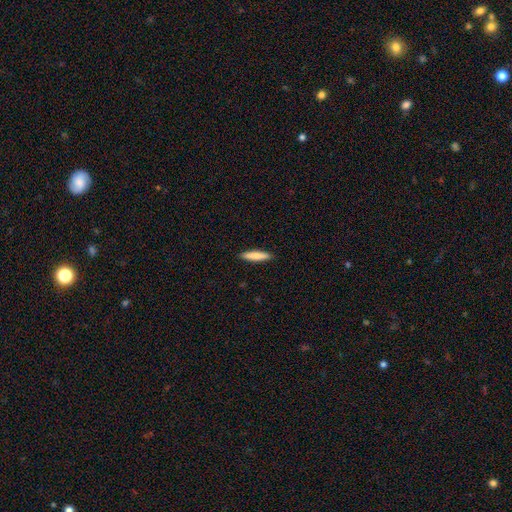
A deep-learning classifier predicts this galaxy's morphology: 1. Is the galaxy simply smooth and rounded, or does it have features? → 80% smooth, 14% featured or disk, 5% star or artifact.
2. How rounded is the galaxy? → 82% cigar-shaped, 17% in between, 1% round.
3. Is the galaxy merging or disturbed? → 91% none, 7% minor disturbance, 2% major disturbance, 1% merger.